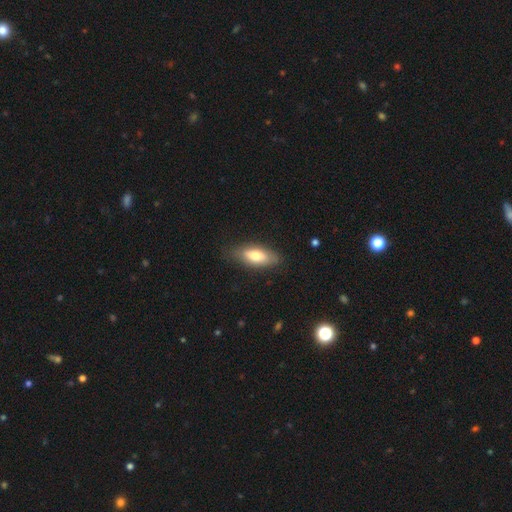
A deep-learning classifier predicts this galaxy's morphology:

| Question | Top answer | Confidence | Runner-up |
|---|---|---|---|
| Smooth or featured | smooth | 71% | featured or disk (23%) |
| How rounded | in between | 79% | cigar-shaped (18%) |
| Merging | none | 79% | minor disturbance (16%) |